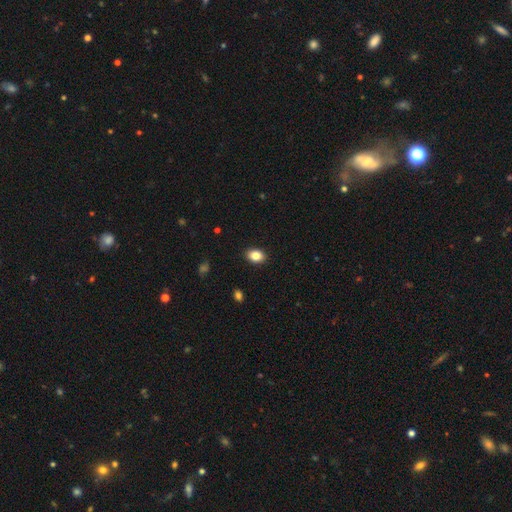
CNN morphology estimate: Smooth or featured: smooth — 85% (star or artifact — 9%)
How rounded: in between — 73% (round — 26%)
Merging: none — 90% (minor disturbance — 7%)